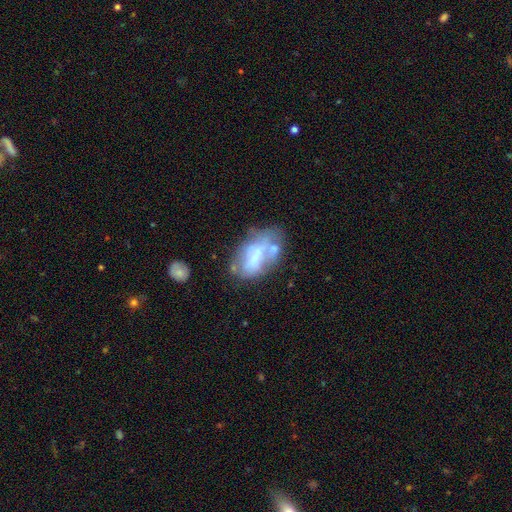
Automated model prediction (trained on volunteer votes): The model was most divided on "merging": none: 32%, minor disturbance: 24%, merger: 23%, major disturbance: 21%. Remaining: smooth or featured — featured or disk (49%).